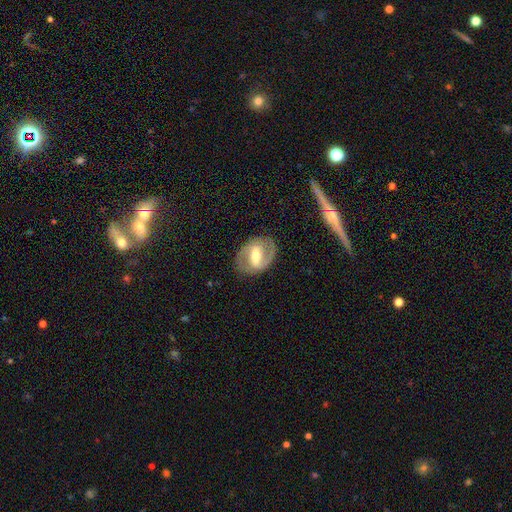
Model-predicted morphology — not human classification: Smooth or featured: featured or disk — 79% (smooth — 16%)
Edge-on disk: no — 96% (yes — 4%)
Bar: strong — 55% (weak — 34%)
Spiral arms: yes — 85% (no — 15%)
Spiral winding: medium — 50% (tight — 34%)
Spiral arm count: 2 — 88% (can't tell — 6%)
Bulge size: moderate — 63% (small — 25%)
Merging: none — 84% (minor disturbance — 11%)